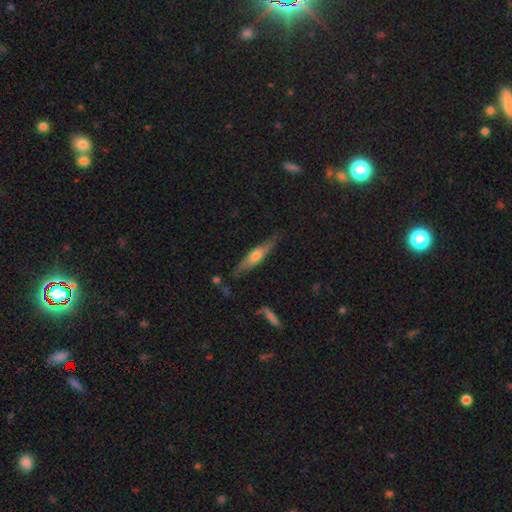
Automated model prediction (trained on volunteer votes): Morphology: type=featured or disk (55%); edge-on=yes (91%); edge-on bulge=rounded (87%); merging=none (79%).